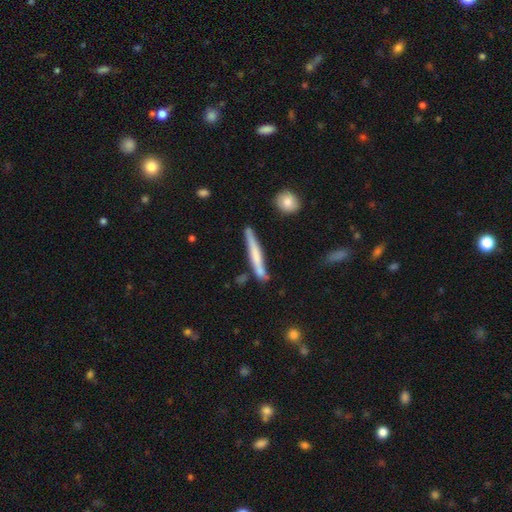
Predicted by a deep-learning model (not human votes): The model was most divided on "smooth or featured": smooth: 51%, featured or disk: 42%, star or artifact: 6%. More confident: how rounded — cigar-shaped (95%); merging — none (75%).